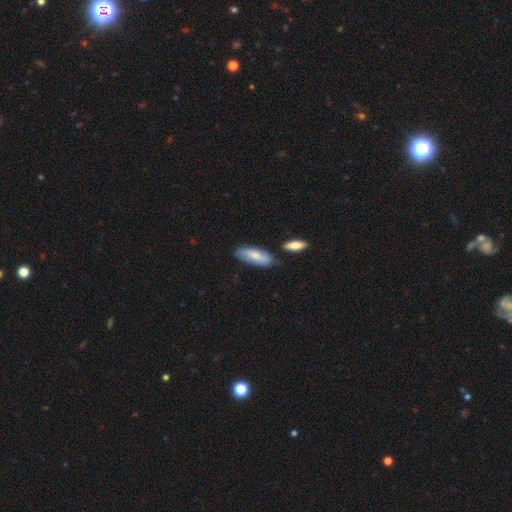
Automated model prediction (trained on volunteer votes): Smooth or featured? Predicted: smooth (p=0.72). How rounded? Predicted: in between (p=0.65). Merging? Predicted: none (p=0.70).